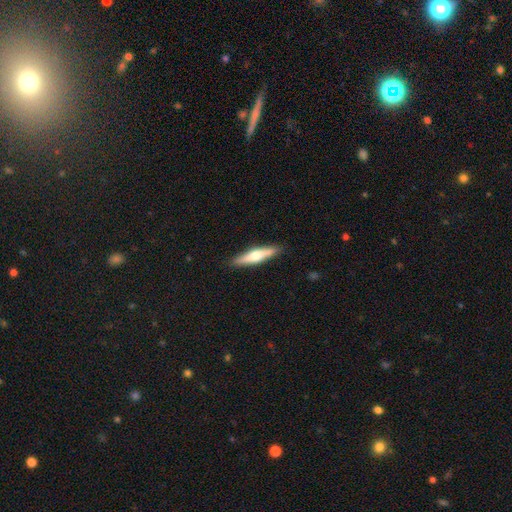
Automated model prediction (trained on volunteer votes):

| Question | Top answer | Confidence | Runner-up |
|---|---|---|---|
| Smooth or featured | featured or disk | 48% | smooth (47%) |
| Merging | none | 89% | minor disturbance (8%) |